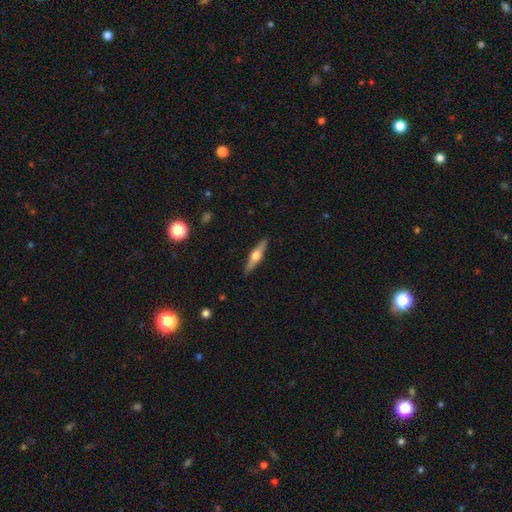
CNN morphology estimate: featured or disk 62%, smooth 32%, star or artifact 6%. Down the decision tree: edge-on disk — yes (95%); edge-on bulge — rounded (94%); merging — none (90%).